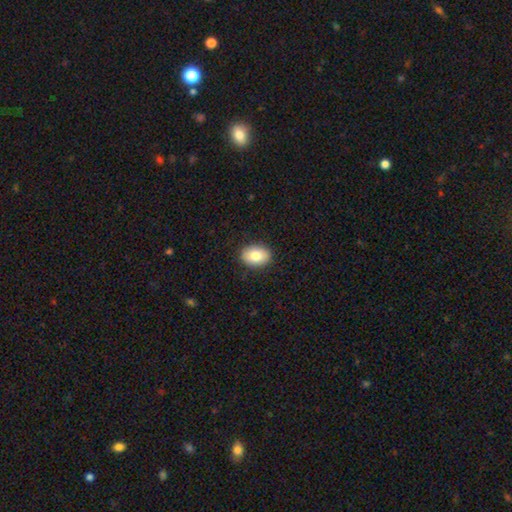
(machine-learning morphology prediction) A smooth galaxy with no disk features (82%) that is in between round and cigar-shaped (80%).

Vote fractions:
- Smooth or featured? smooth: 82% / featured or disk: 11% / star or artifact: 7%
- How rounded? in between: 80% / round: 19% / cigar-shaped: 1%
- Merging? none: 89% / minor disturbance: 8% / major disturbance: 2% / merger: 1%